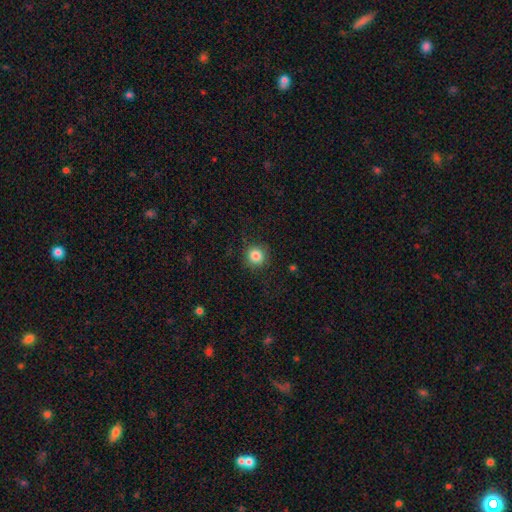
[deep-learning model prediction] Smooth or featured? Predicted: smooth (p=0.85). How rounded? Predicted: round (p=0.93). Merging? Predicted: none (p=0.86).